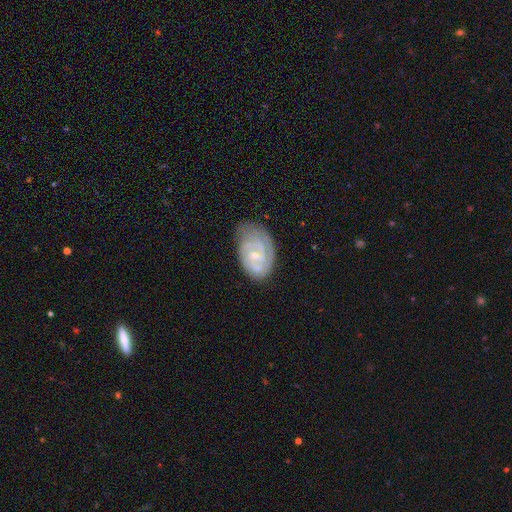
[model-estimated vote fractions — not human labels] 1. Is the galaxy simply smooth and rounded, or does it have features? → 79% featured or disk, 15% smooth, 6% star or artifact.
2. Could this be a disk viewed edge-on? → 97% no, 3% yes.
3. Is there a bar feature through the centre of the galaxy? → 46% weak, 44% no, 9% strong.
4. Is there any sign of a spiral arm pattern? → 93% yes, 7% no.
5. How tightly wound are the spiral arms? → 62% tight, 31% medium, 7% loose.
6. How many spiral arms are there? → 50% 2, 24% can't tell, 14% 3, 6% 1, 4% 4, 3% more than 4.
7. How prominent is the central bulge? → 69% small, 25% moderate, 5% none, 1% large, 1% dominant.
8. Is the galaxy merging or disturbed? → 59% none, 28% minor disturbance, 11% major disturbance, 2% merger.